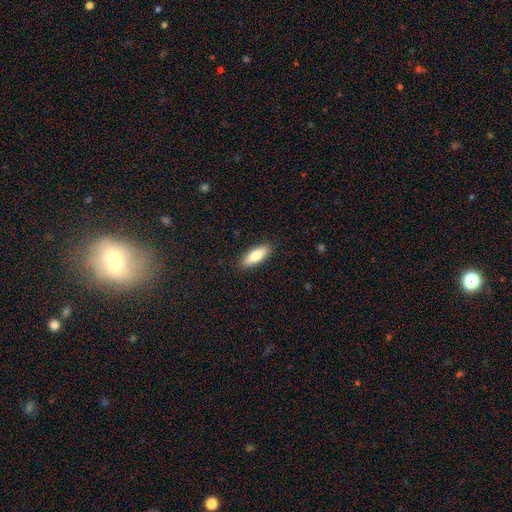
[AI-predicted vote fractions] smooth-or-featured: smooth: 78% | featured or disk: 16% | star or artifact: 6%
  how-rounded: in between: 63% | cigar-shaped: 35% | round: 2%
  merging: none: 89% | minor disturbance: 8% | major disturbance: 2% | merger: 1%